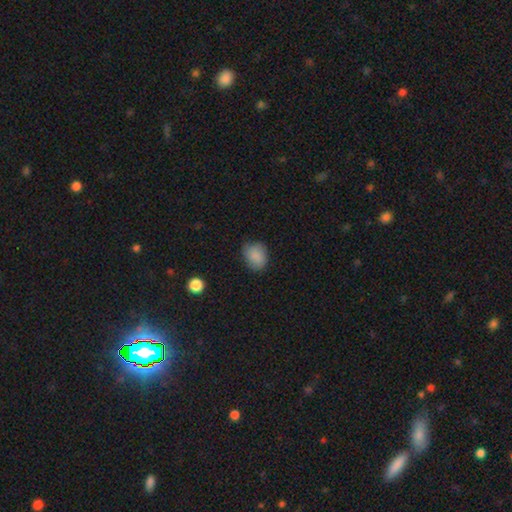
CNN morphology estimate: Q: Smooth or featured?
A: smooth (87%); runner-up: star or artifact (8%)
Q: How rounded?
A: in between (53%); runner-up: round (46%)
Q: Merging?
A: none (74%); runner-up: minor disturbance (21%)